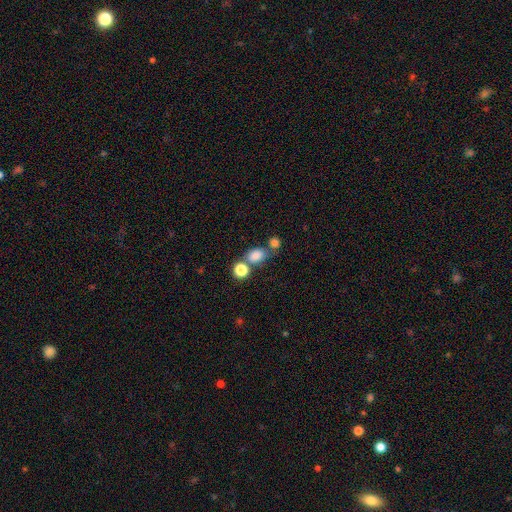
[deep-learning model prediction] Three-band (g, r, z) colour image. It shows a smooth galaxy with no disk features (80%) that is in between round and cigar-shaped (59%). Merging: none (53%).